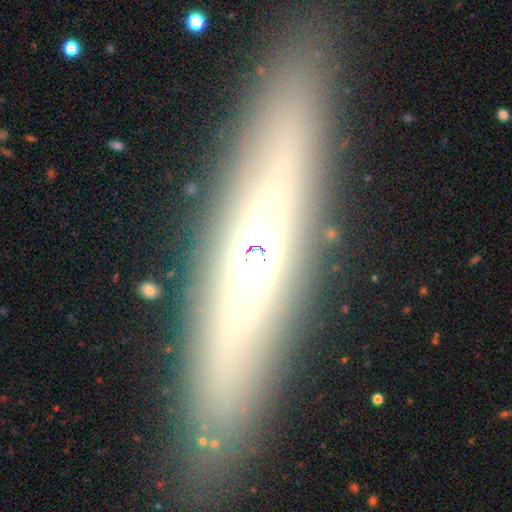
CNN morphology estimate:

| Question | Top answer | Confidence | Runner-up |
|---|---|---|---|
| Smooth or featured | featured or disk | 59% | smooth (32%) |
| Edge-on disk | yes | 73% | no (27%) |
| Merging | none | 87% | minor disturbance (9%) |